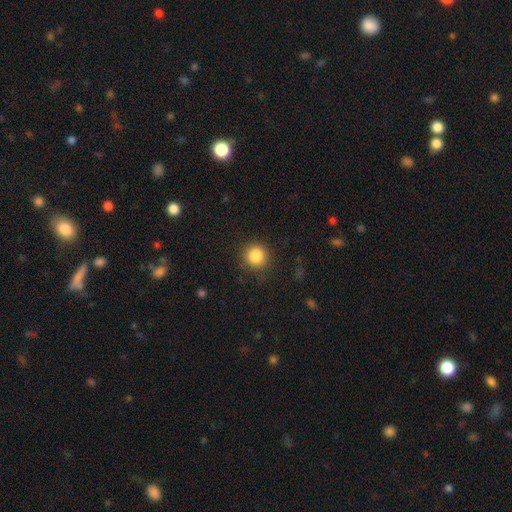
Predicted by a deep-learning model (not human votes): smooth 86%, star or artifact 10%, featured or disk 4%. Down the decision tree: how rounded — round (92%); merging — none (86%).